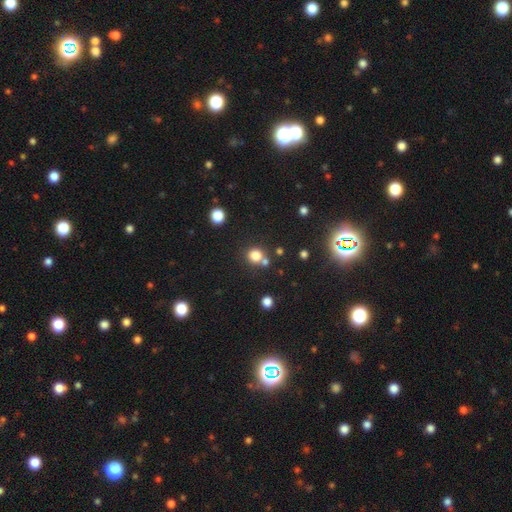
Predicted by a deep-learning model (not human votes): Smooth or featured? Predicted: smooth (p=0.78). How rounded? Predicted: round (p=0.87). Merging? Predicted: none (p=0.63).